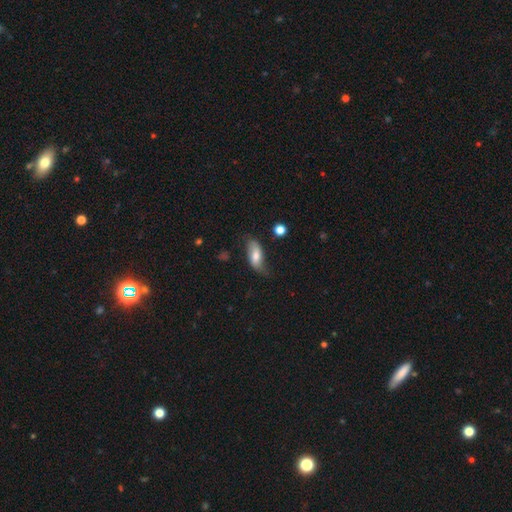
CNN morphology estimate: Overall: smooth (58%; featured or disk 35%). How rounded: in between (81%). Merging: none (55%; minor disturbance 31%).